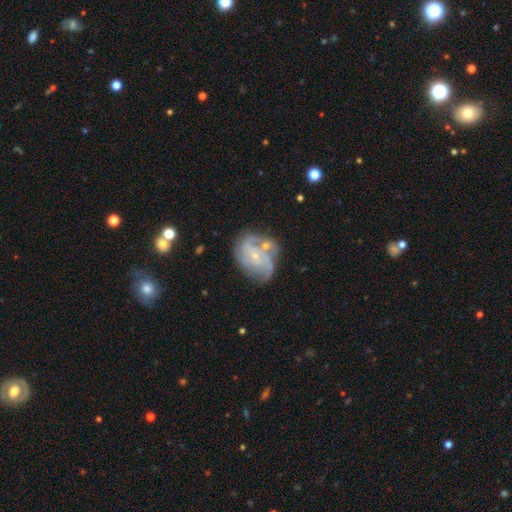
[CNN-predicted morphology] Smooth or featured? Predicted: featured or disk (p=0.85). Edge-on disk? Predicted: no (p=0.98). Bar? Predicted: no (p=0.66). Spiral arms? Predicted: yes (p=0.95). Spiral winding? Predicted: tight (p=0.46). Spiral arm count? Predicted: 3 (p=0.38). Bulge size? Predicted: small (p=0.79). Merging? Predicted: none (p=0.59).